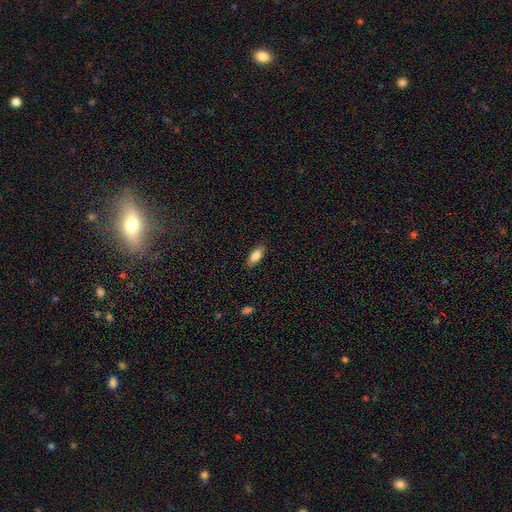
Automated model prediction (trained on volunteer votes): smooth 80%, featured or disk 13%, star or artifact 7%. Down the decision tree: how rounded — in between (72%); merging — none (85%).